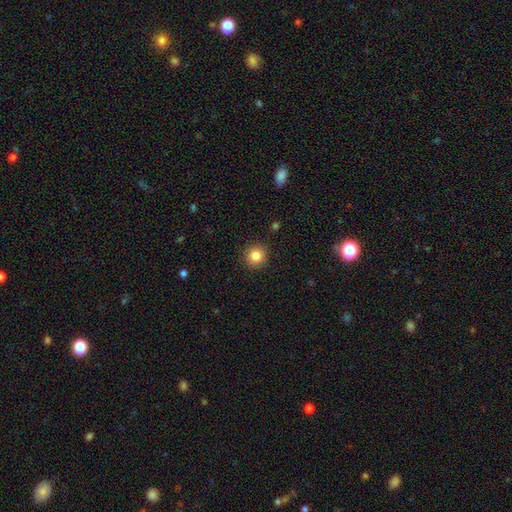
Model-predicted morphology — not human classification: Smooth or featured? Predicted: smooth (p=0.85). How rounded? Predicted: round (p=0.92). Merging? Predicted: none (p=0.91).